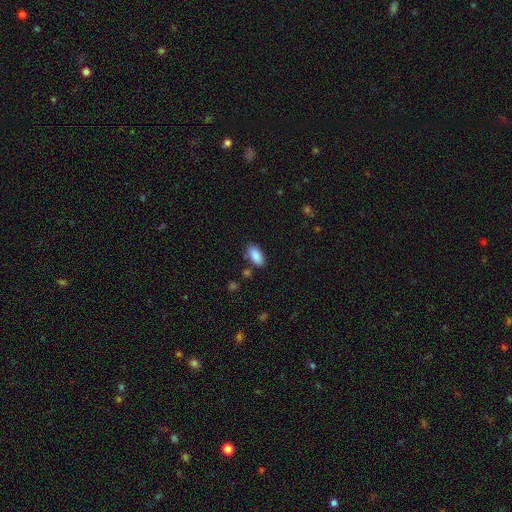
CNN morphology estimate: smooth_or_featured: smooth (p=0.89) [alt: star or artifact p=0.07]
how_rounded: in between (p=0.92) [alt: cigar-shaped p=0.06]
merging: none (p=0.80) [alt: minor disturbance p=0.13]